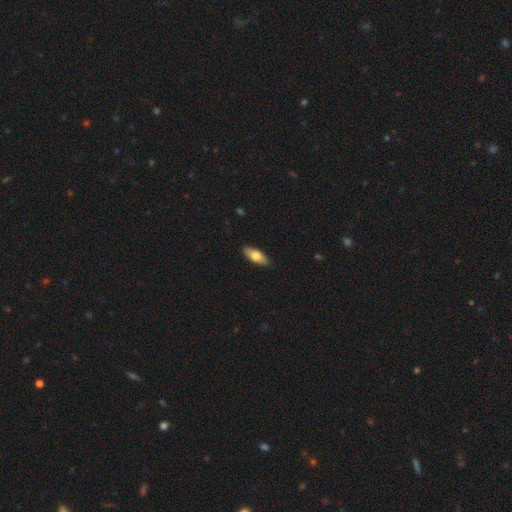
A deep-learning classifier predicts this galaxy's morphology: Smooth or featured?
  - smooth: 66% *
  - featured or disk: 28%
  - star or artifact: 5%
How rounded?
  - in between: 72% *
  - cigar-shaped: 25%
  - round: 3%
Merging?
  - none: 88% *
  - minor disturbance: 9%
  - major disturbance: 2%
  - merger: 1%